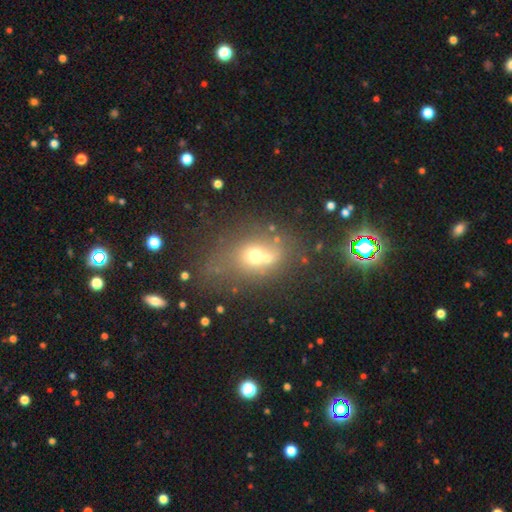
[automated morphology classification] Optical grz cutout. It shows a smooth galaxy with no disk features (58%) that is round (54%). Merging: none (41%).